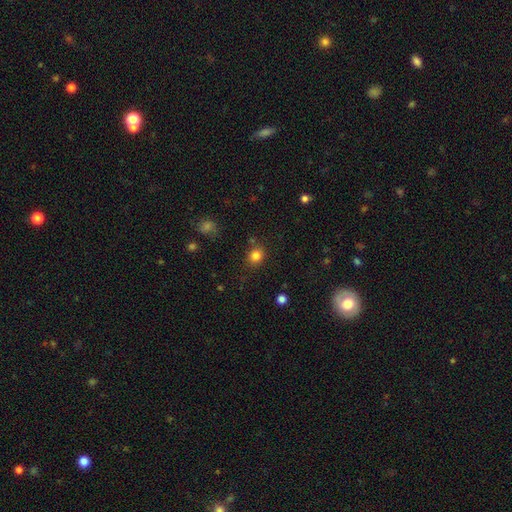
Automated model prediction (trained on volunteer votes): smooth-or-featured: smooth: 83% | star or artifact: 12% | featured or disk: 5%
  how-rounded: round: 72% | in between: 27% | cigar-shaped: 1%
  merging: none: 80% | minor disturbance: 12% | merger: 4% | major disturbance: 4%